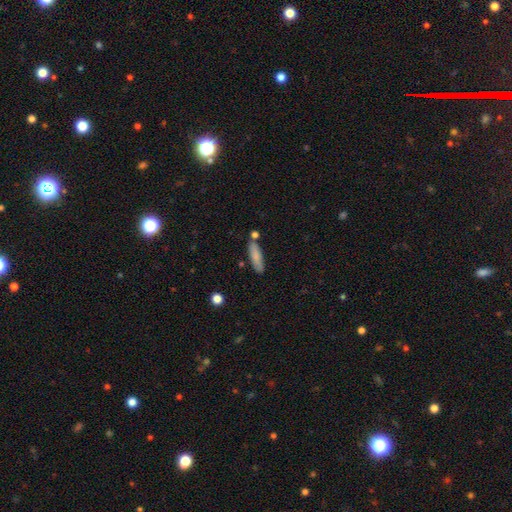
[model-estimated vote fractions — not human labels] Smooth or featured: smooth — 81% (featured or disk — 12%)
How rounded: cigar-shaped — 63% (in between — 35%)
Merging: none — 74% (minor disturbance — 14%)